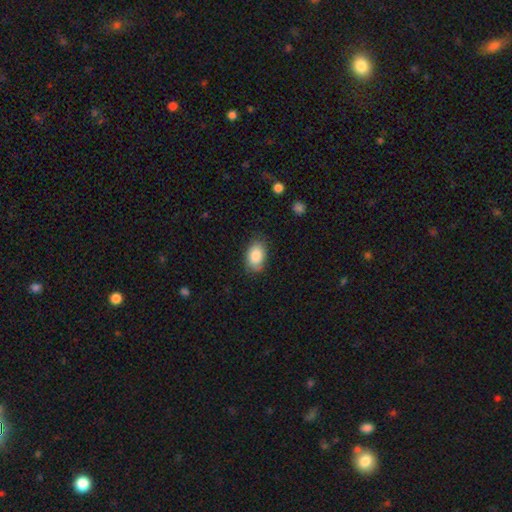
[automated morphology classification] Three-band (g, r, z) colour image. It shows a smooth galaxy with no disk features (87%) that is in between round and cigar-shaped (90%). Merging: none (80%).